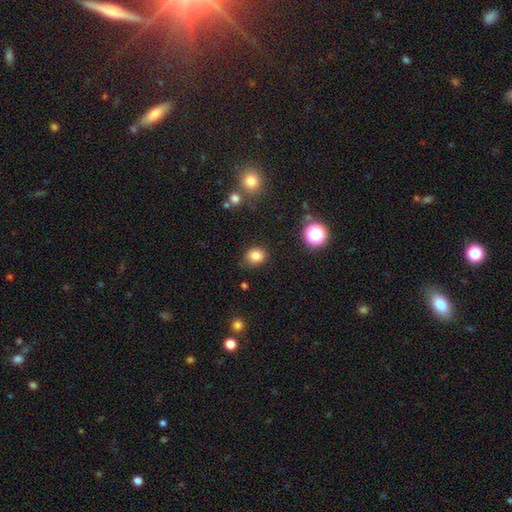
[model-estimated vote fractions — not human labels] smooth 81%, star or artifact 13%, featured or disk 6%. Down the decision tree: how rounded — round (68%); merging — none (79%).